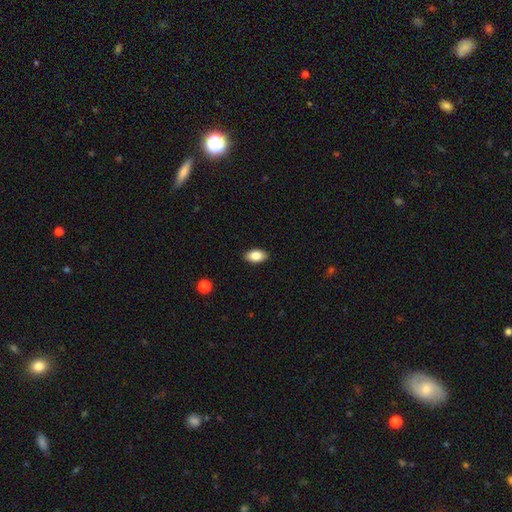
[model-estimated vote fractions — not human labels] smooth-or-featured: smooth: 86% | star or artifact: 7% | featured or disk: 7%
  how-rounded: in between: 93% | round: 5% | cigar-shaped: 2%
  merging: none: 90% | minor disturbance: 8% | major disturbance: 2% | merger: 1%